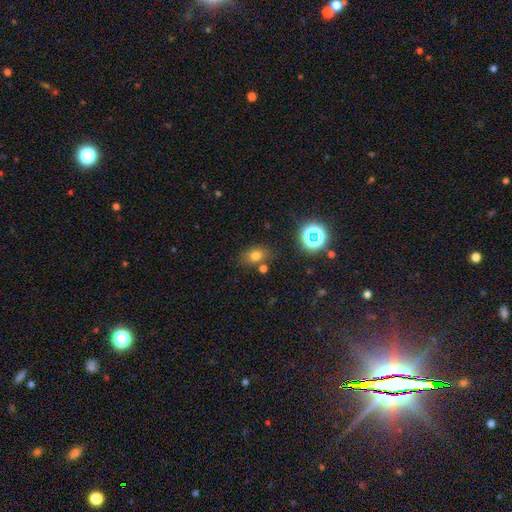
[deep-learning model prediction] Overall: smooth (71%). How rounded: in between (62%; round 37%). Merging: none (71%).